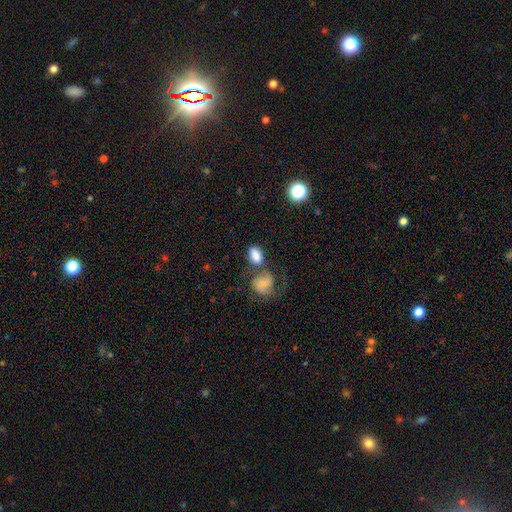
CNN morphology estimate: Q: Smooth or featured?
A: smooth (80%); runner-up: featured or disk (11%)
Q: How rounded?
A: in between (82%); runner-up: round (16%)
Q: Merging?
A: none (42%); runner-up: merger (33%)